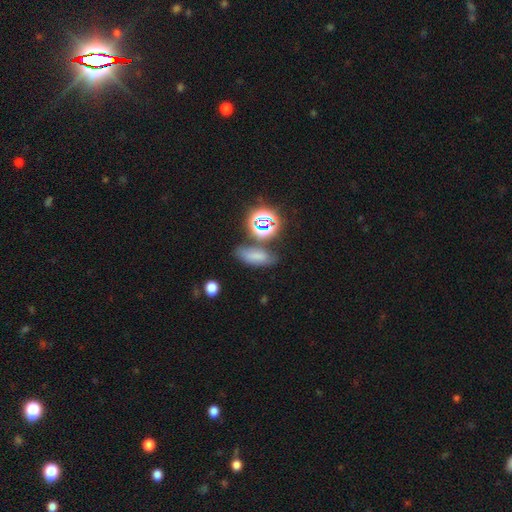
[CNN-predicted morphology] This is likely a smooth galaxy (65%). How rounded: likely in between (74%). Merging: likely none (65%).